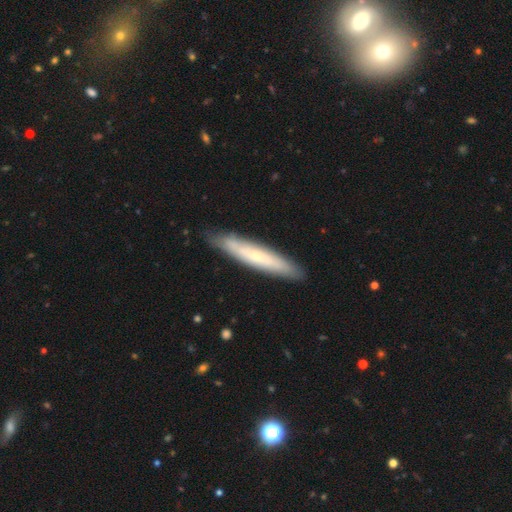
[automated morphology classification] Overall: smooth (50%; featured or disk 45%). Merging: none (85%).